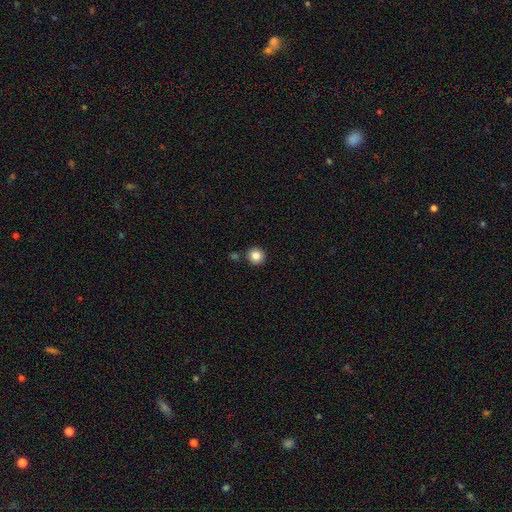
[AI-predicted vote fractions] This appears to be a smooth galaxy with no disk features (86%) that is round (94%). Merging: none (87%).